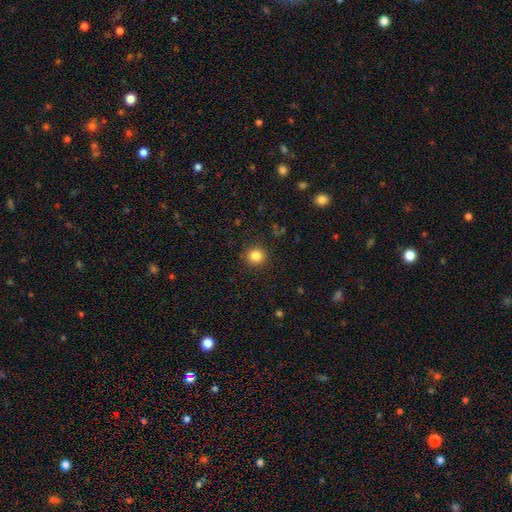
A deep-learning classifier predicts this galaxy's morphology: This appears to be a smooth galaxy with no disk features (84%) that is round (90%). Merging: none (90%).